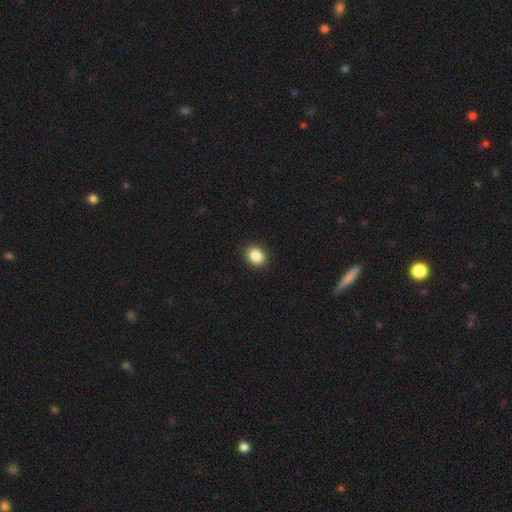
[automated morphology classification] smooth 87%, star or artifact 9%, featured or disk 4%. Down the decision tree: how rounded — in between (50%); merging — none (91%).